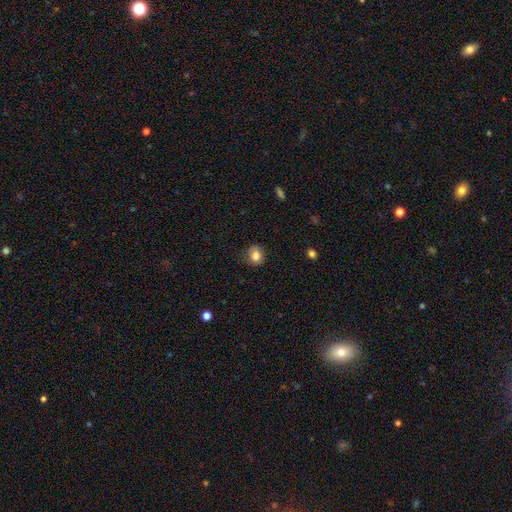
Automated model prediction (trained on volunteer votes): A smooth galaxy with no disk features (82%) that is round (74%). Merging: none (73%).